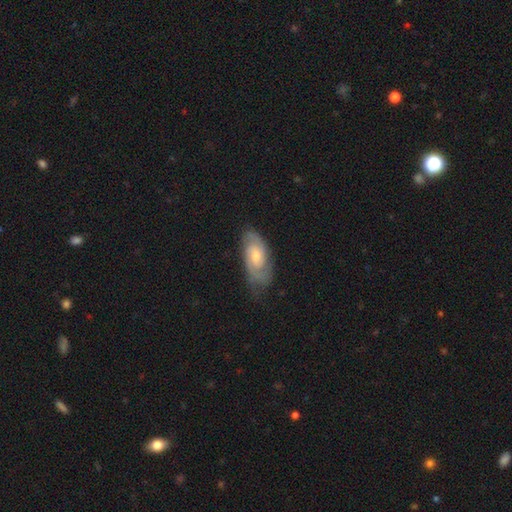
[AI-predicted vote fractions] Smooth or featured: featured or disk — 73% (smooth — 21%)
Edge-on disk: no — 93% (yes — 7%)
Bar: no — 60% (weak — 35%)
Spiral arms: yes — 93% (no — 7%)
Spiral winding: tight — 53% (medium — 37%)
Spiral arm count: 2 — 61% (can't tell — 24%)
Bulge size: moderate — 51% (small — 41%)
Merging: none — 67% (minor disturbance — 24%)